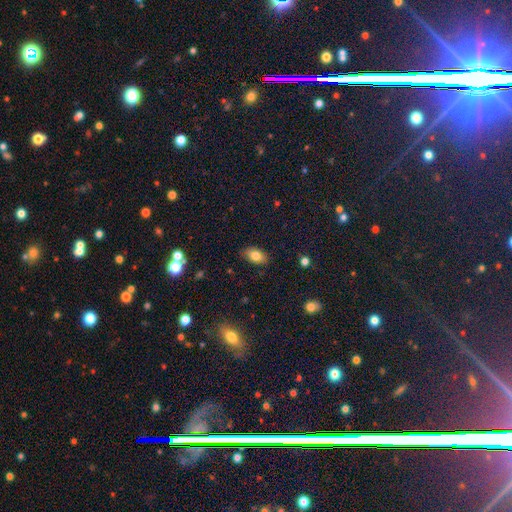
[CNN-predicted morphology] type=smooth (80%); roundness=in between (91%); merging=none (85%).